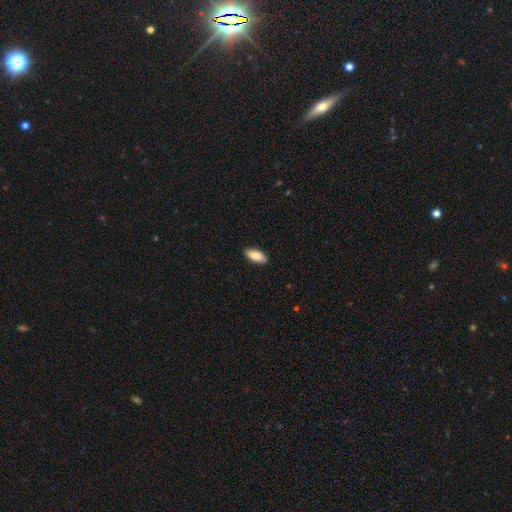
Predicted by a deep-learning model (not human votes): smooth-or-featured: smooth: 86% | featured or disk: 8% | star or artifact: 6%
  how-rounded: in between: 82% | cigar-shaped: 16% | round: 2%
  merging: none: 88% | minor disturbance: 9% | major disturbance: 2% | merger: 1%